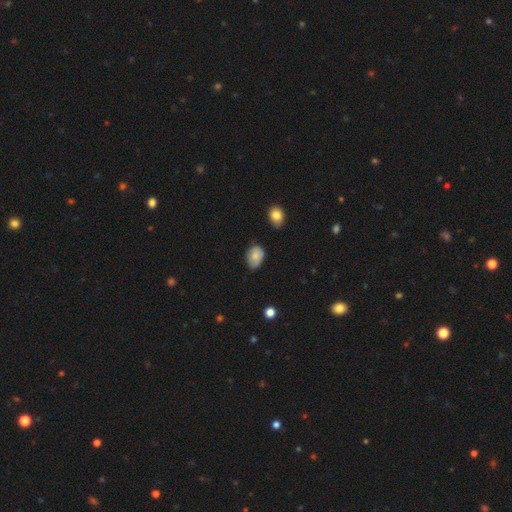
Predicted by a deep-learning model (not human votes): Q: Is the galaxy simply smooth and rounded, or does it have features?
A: smooth — 80%.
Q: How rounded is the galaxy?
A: in between — 79%.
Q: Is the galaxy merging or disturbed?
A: none — 65%.